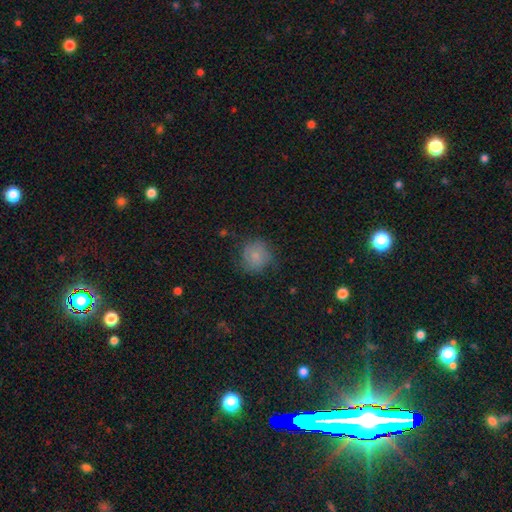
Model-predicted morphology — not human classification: A smooth galaxy with no disk features (76%) that is round (88%). Merging: none (66%).